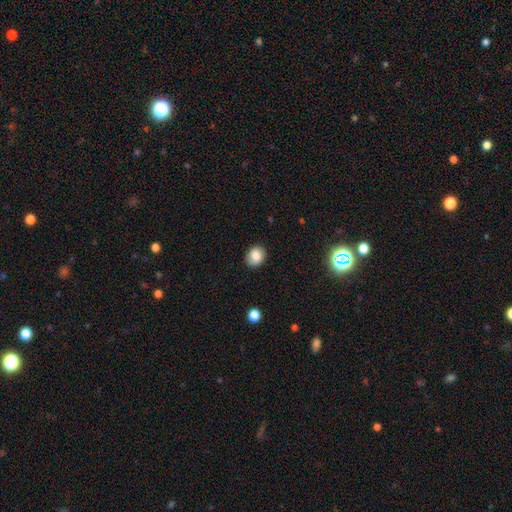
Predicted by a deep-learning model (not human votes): Smooth or featured? Predicted: smooth (p=0.83). How rounded? Predicted: round (p=0.57). Merging? Predicted: none (p=0.86).